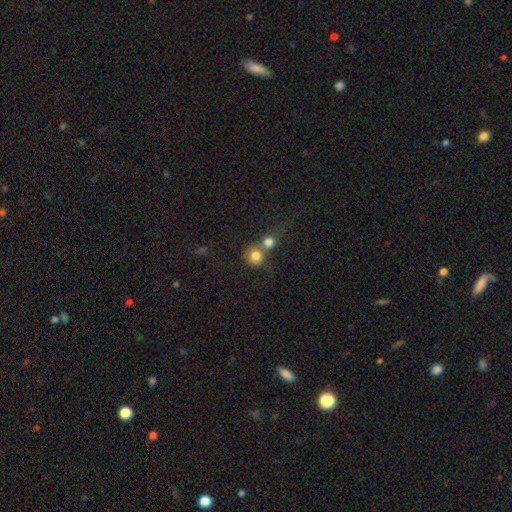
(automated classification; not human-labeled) A smooth galaxy with no disk features (78%) that is round (87%). Merging: merger (54%).